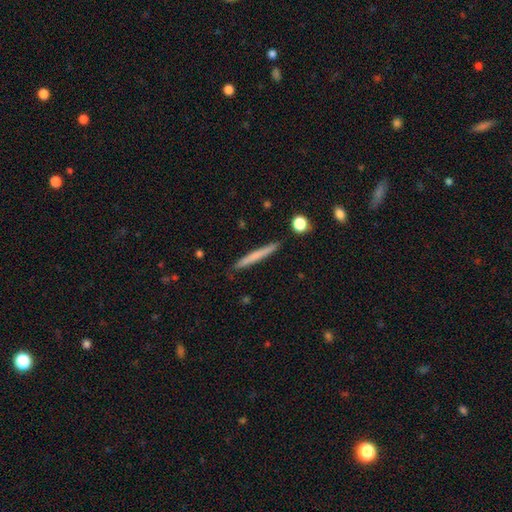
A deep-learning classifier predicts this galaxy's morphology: smooth_or_featured: smooth (p=0.62) [alt: featured or disk p=0.32]
how_rounded: cigar-shaped (p=0.96) [alt: in between p=0.02]
merging: none (p=0.89) [alt: minor disturbance p=0.08]